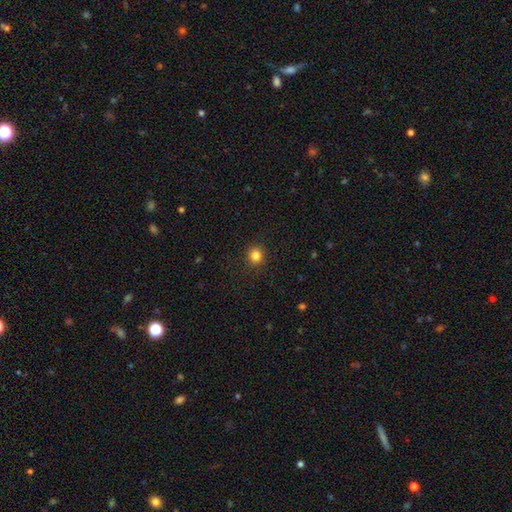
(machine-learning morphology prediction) This is clearly a smooth galaxy (83%). How rounded: clearly round (92%). Merging: clearly none (91%).